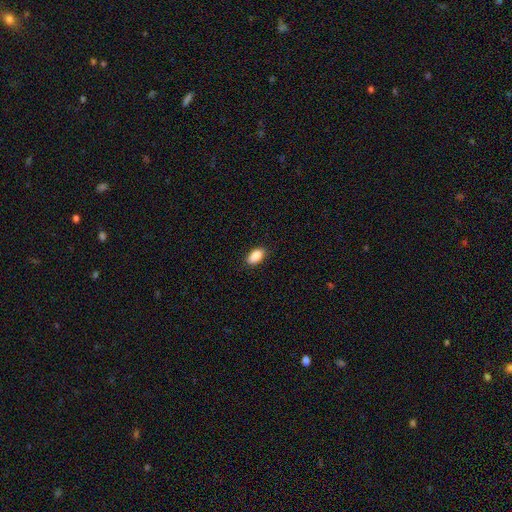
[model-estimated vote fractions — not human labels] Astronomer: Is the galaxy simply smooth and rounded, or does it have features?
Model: smooth — 88%.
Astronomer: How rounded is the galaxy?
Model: in between — 93%.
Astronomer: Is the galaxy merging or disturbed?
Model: none — 88%.